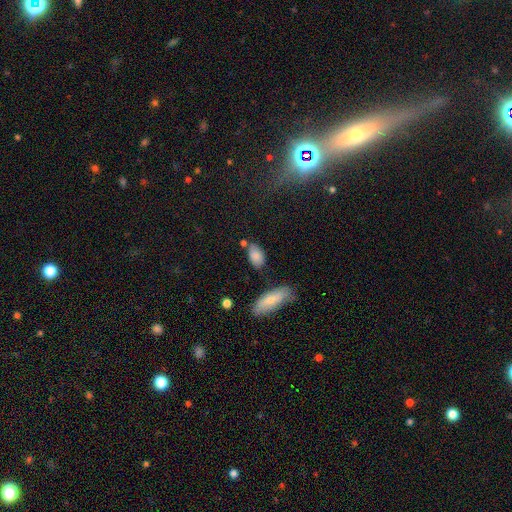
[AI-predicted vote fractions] smooth 84%, star or artifact 9%, featured or disk 7%. Down the decision tree: how rounded — in between (89%); merging — none (65%).